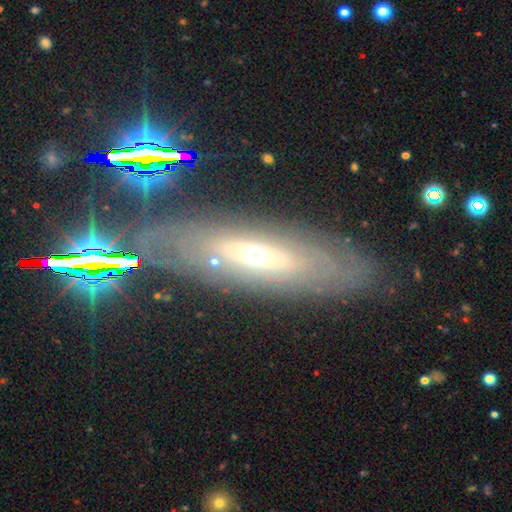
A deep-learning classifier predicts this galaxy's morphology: The model was most divided on "edge-on disk": no: 65%, yes: 35%. More confident: merging — none (77%); smooth or featured — featured or disk (60%).